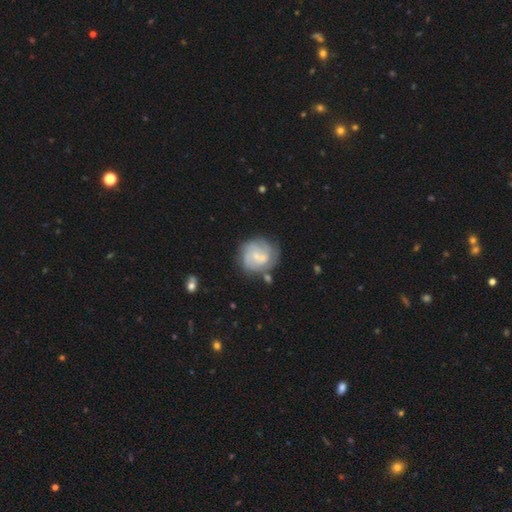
Smooth or featured? featured or disk (55%)
Edge-on disk? no (100%)
Bar? no (81%)
Spiral arms? yes (76%)
Spiral winding? tight (81%)
Spiral arm count? can't tell (38%)
Bulge size? small (52%)
Merging? none (50%)